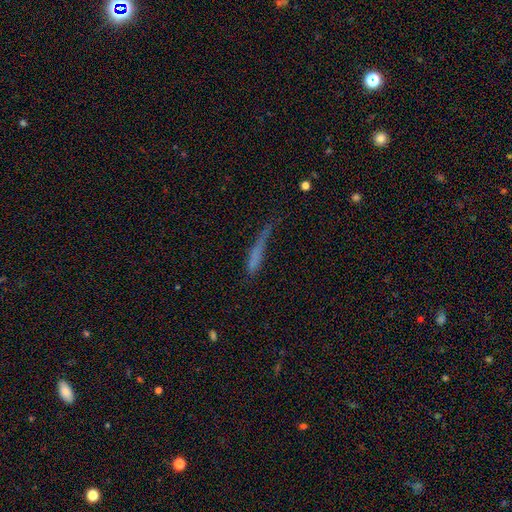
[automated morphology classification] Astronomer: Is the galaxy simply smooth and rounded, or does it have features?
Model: smooth — 64%.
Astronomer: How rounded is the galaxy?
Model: cigar-shaped — 88%.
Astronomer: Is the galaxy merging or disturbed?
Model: none — 42% (runner-up: minor disturbance, 29%).